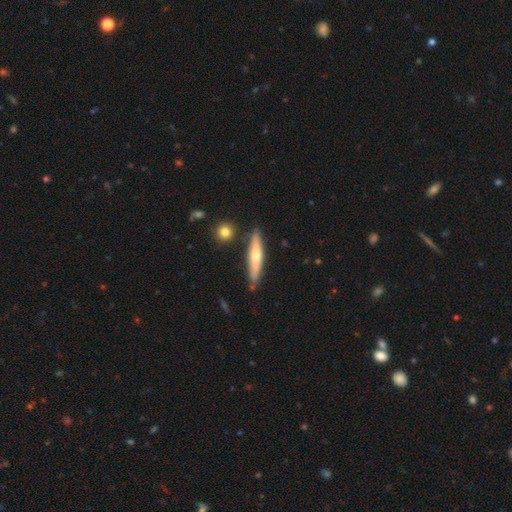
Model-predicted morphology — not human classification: Smooth or featured: smooth — 52% (featured or disk — 42%)
How rounded: cigar-shaped — 86% (in between — 13%)
Merging: none — 80% (minor disturbance — 13%)